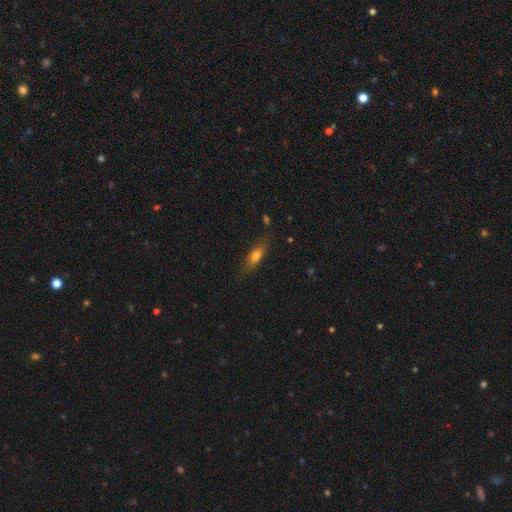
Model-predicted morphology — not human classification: smooth-or-featured: smooth: 68% | featured or disk: 24% | star or artifact: 8%
  how-rounded: in between: 54% | cigar-shaped: 42% | round: 4%
  merging: none: 76% | minor disturbance: 17% | major disturbance: 5% | merger: 2%